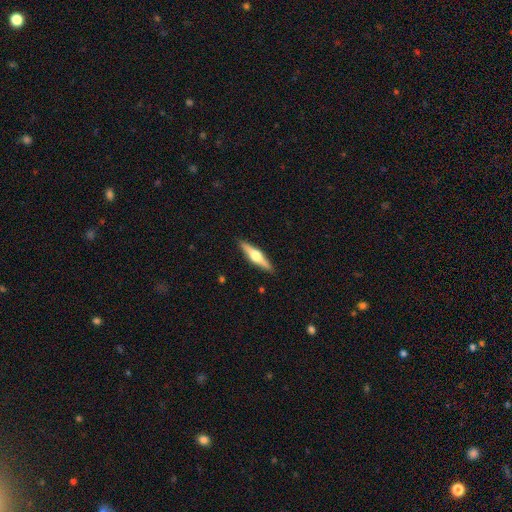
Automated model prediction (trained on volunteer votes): This is likely a featured or disk galaxy (65%). It is clearly viewed edge-on (97%). Edge-on bulge: clearly rounded (94%). Merging: clearly none (91%).